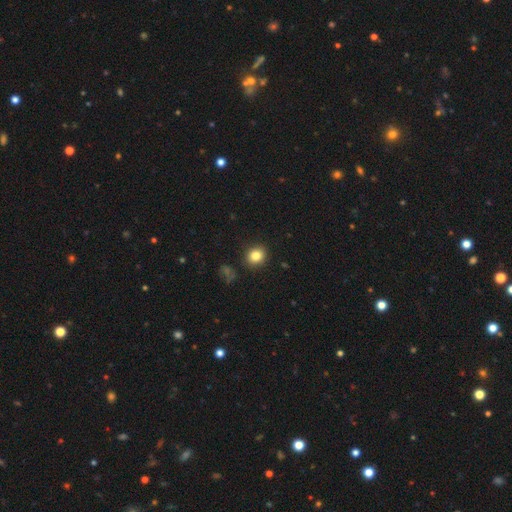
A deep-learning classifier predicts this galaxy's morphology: Smooth or featured?
  - smooth: 83% *
  - star or artifact: 11%
  - featured or disk: 6%
How rounded?
  - round: 77% *
  - in between: 22%
  - cigar-shaped: 1%
Merging?
  - none: 89% *
  - minor disturbance: 7%
  - major disturbance: 2%
  - merger: 2%